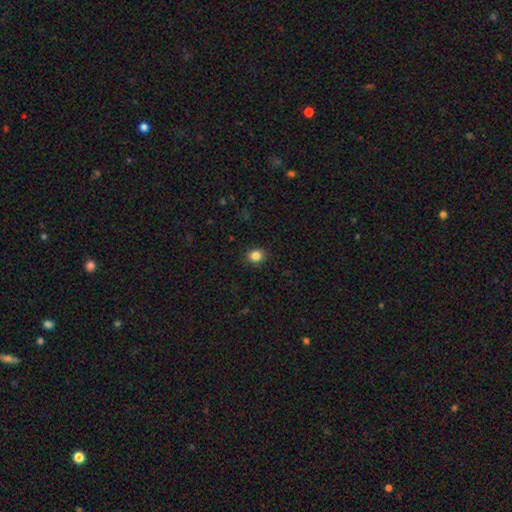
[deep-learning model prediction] The model was most divided on "how rounded": round: 75%, in between: 24%, cigar-shaped: 1%. More confident: merging — none (90%); smooth or featured — smooth (85%).